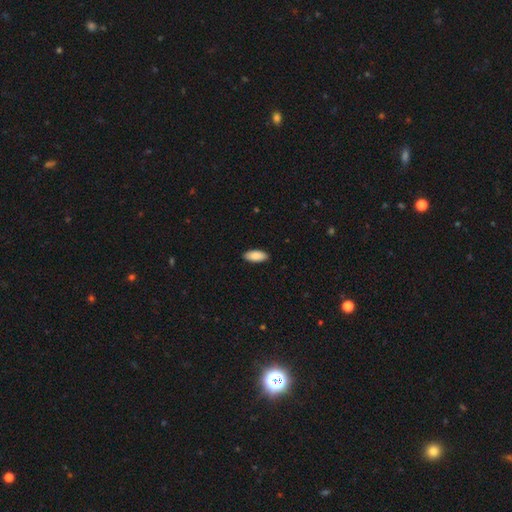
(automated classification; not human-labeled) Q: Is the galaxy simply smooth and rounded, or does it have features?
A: smooth — 89%.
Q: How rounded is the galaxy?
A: in between — 89%.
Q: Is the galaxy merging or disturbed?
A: none — 90%.